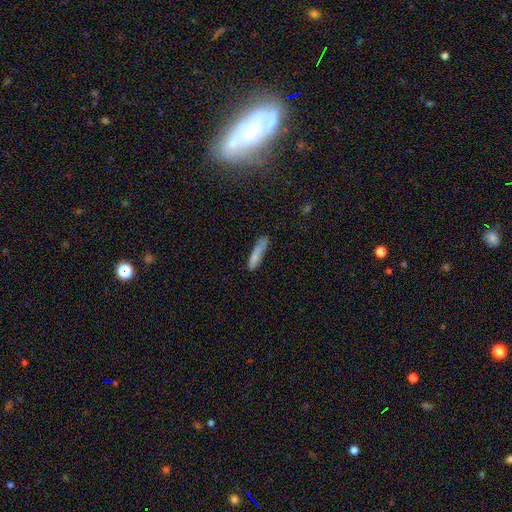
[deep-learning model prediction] smooth 77%, featured or disk 15%, star or artifact 8%. Down the decision tree: how rounded — cigar-shaped (85%); merging — none (62%).